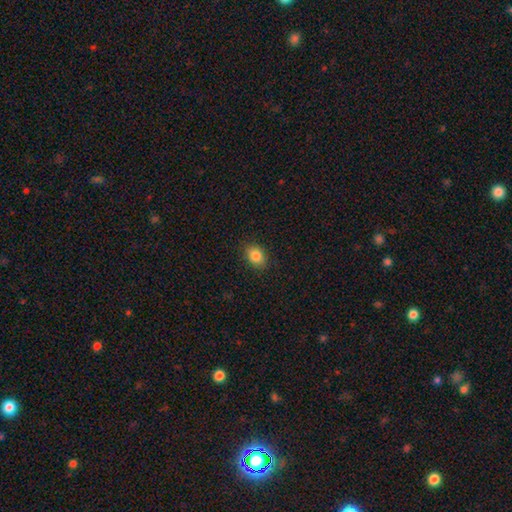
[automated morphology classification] Smooth or featured? Predicted: smooth (p=0.85). How rounded? Predicted: in between (p=0.63). Merging? Predicted: none (p=0.88).